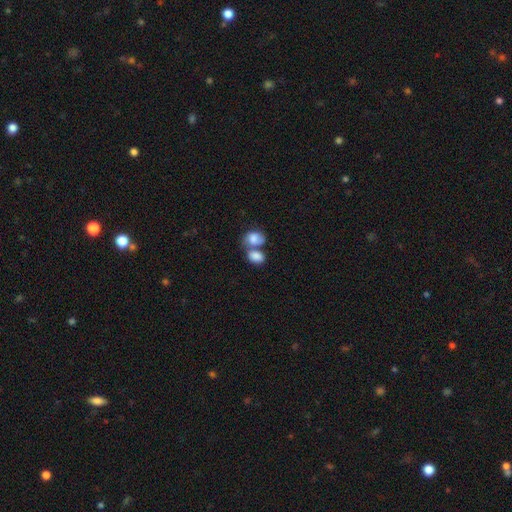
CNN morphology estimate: Smooth or featured? smooth (78%)
How rounded? in between (72%)
Merging? merger (64%)